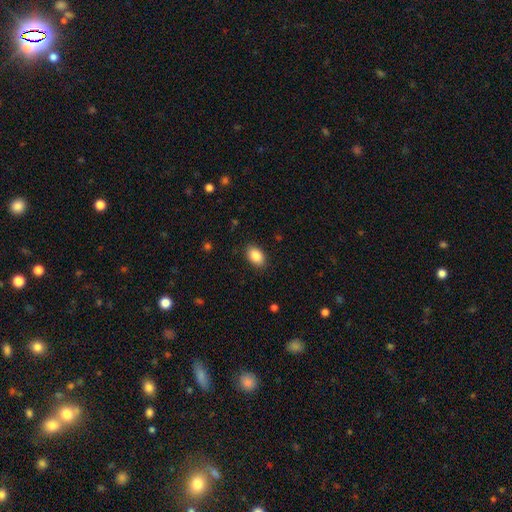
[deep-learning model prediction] Q: Smooth or featured?
A: smooth (87%); runner-up: star or artifact (8%)
Q: How rounded?
A: in between (87%); runner-up: round (11%)
Q: Merging?
A: none (88%); runner-up: minor disturbance (9%)